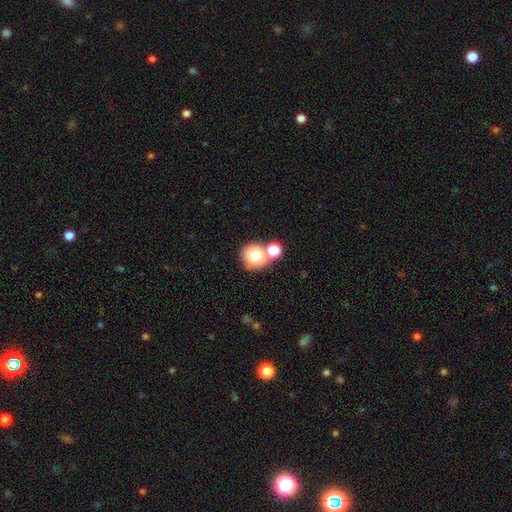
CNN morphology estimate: smooth_or_featured: smooth (p=0.76) [alt: featured or disk p=0.13]
how_rounded: round (p=0.86) [alt: in between p=0.13]
merging: none (p=0.56) [alt: merger p=0.32]